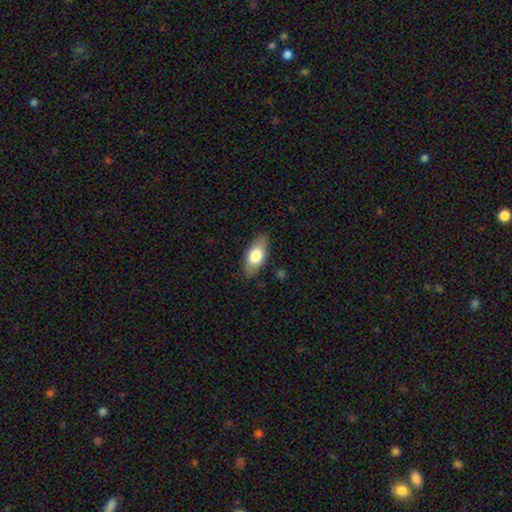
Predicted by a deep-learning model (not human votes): smooth-or-featured: smooth: 70% | featured or disk: 24% | star or artifact: 6%
  how-rounded: in between: 88% | cigar-shaped: 9% | round: 3%
  merging: none: 83% | minor disturbance: 14% | major disturbance: 3% | merger: 1%